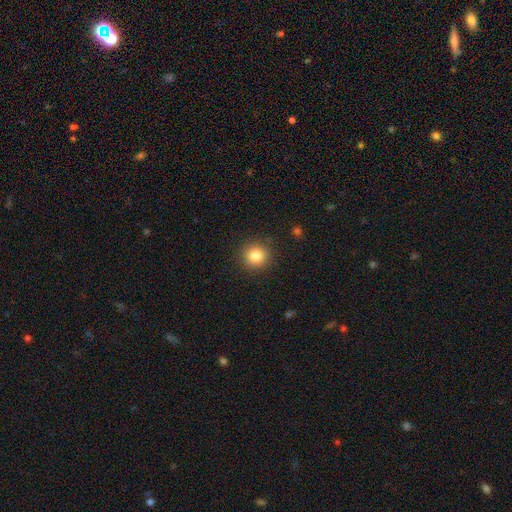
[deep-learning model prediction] This appears to be a smooth galaxy with no disk features (83%) that is round (92%). Merging: none (89%).